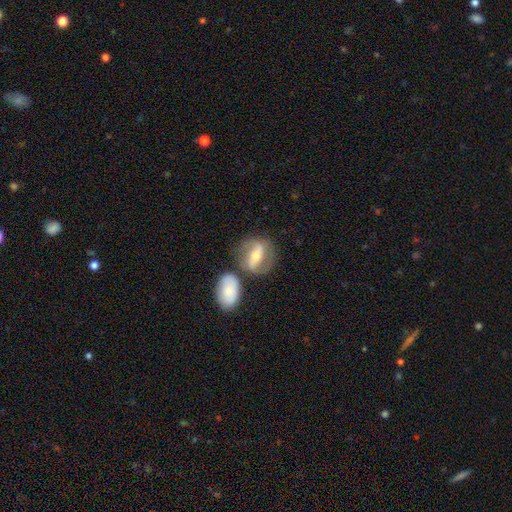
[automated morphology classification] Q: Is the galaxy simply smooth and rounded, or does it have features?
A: featured or disk — 65%.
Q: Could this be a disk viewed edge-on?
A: no — 87%.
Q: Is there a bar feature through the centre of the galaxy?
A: strong — 62%.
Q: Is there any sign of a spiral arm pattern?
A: yes — 67%.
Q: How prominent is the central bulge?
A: moderate — 55%.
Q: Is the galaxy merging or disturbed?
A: none — 60%.